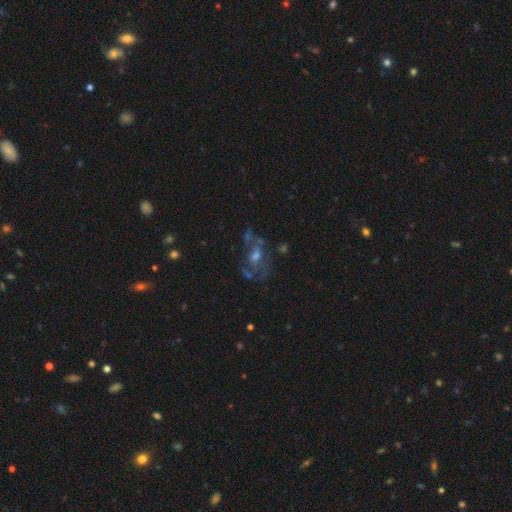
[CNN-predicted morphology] This appears to be a featured or disk galaxy (57%) with no bar (68%), no spiral arms (53%) and a moderate central bulge (53%). Merging: none (48%).